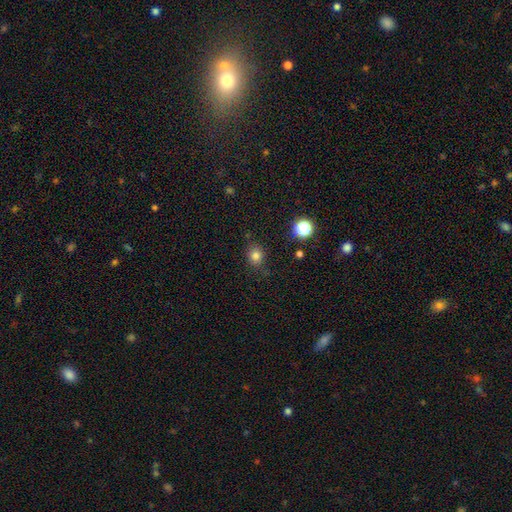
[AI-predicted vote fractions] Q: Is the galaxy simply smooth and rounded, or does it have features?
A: smooth — 79%.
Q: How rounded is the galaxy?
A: round — 71%.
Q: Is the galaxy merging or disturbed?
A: none — 80%.